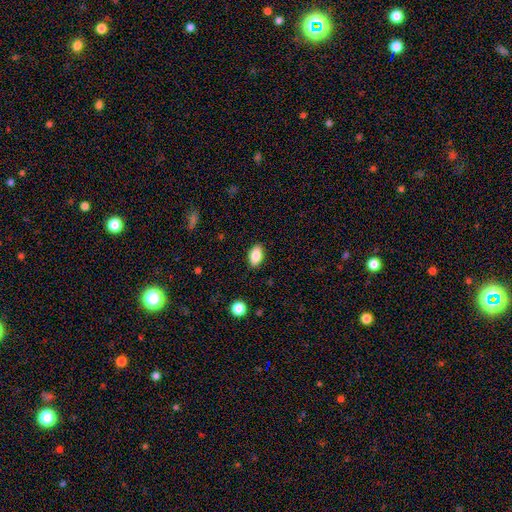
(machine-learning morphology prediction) Q: Smooth or featured?
A: smooth (85%); runner-up: star or artifact (8%)
Q: How rounded?
A: in between (92%); runner-up: round (6%)
Q: Merging?
A: none (87%); runner-up: minor disturbance (10%)